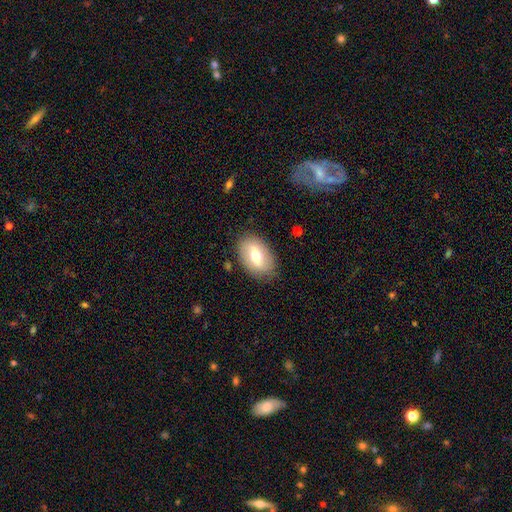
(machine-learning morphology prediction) smooth-or-featured: smooth: 59% | featured or disk: 33% | star or artifact: 7%
  how-rounded: in between: 88% | round: 10% | cigar-shaped: 2%
  merging: none: 82% | minor disturbance: 13% | major disturbance: 4% | merger: 1%